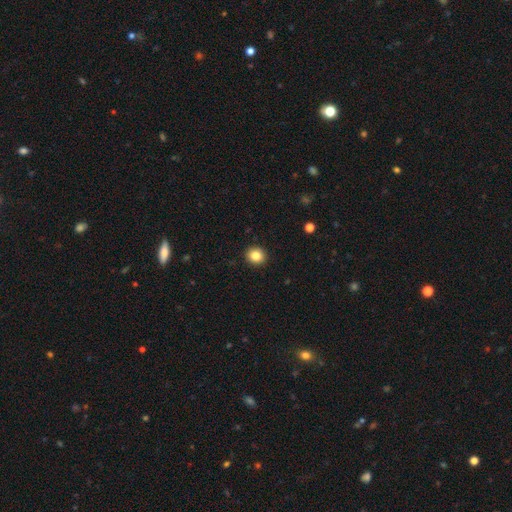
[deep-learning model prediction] smooth-or-featured: smooth: 84% | star or artifact: 10% | featured or disk: 6%
  how-rounded: round: 83% | in between: 17% | cigar-shaped: 1%
  merging: none: 92% | minor disturbance: 5% | major disturbance: 2% | merger: 1%